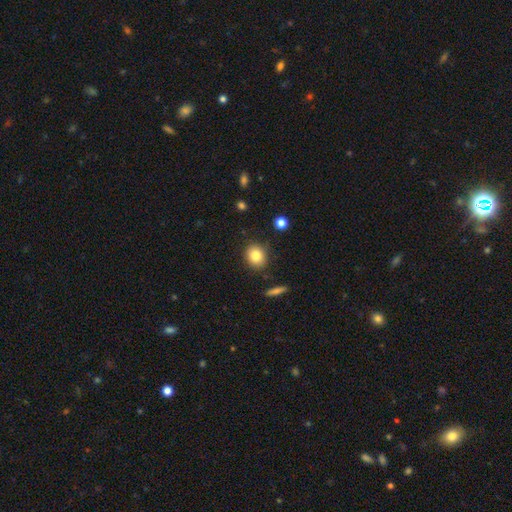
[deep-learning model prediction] This is clearly a smooth galaxy (83%). How rounded: likely round (75%). Merging: clearly none (86%).